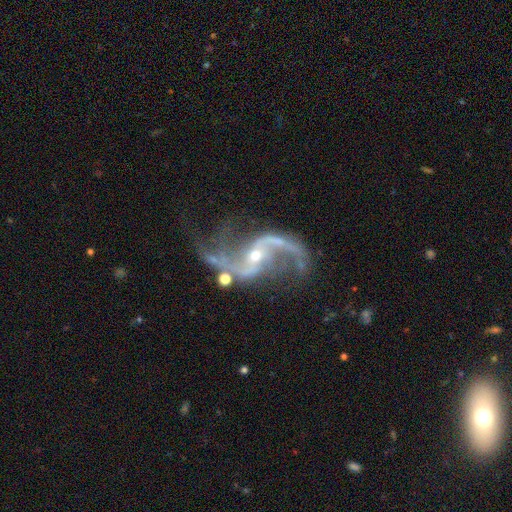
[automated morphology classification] Smooth or featured? featured or disk (92%)
Edge-on disk? no (98%)
Bar? no (41%)
Spiral arms? yes (98%)
Spiral winding? loose (75%)
Spiral arm count? 2 (93%)
Bulge size? small (64%)
Merging? none (63%)